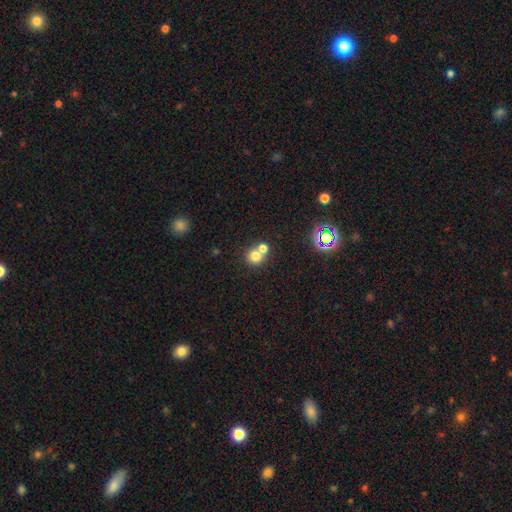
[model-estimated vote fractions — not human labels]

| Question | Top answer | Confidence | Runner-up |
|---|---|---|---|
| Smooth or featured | smooth | 75% | star or artifact (14%) |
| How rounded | round | 86% | in between (13%) |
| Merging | merger | 48% | none (44%) |